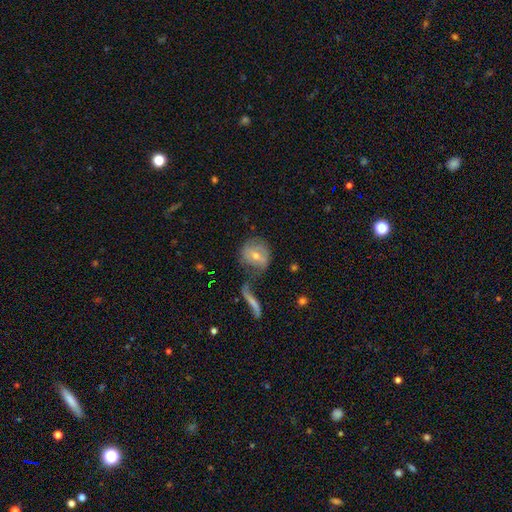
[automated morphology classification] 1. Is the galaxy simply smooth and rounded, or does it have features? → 52% featured or disk, 38% smooth, 10% star or artifact.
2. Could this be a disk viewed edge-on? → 91% no, 9% yes.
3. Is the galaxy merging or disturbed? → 49% none, 19% minor disturbance, 17% merger, 15% major disturbance.